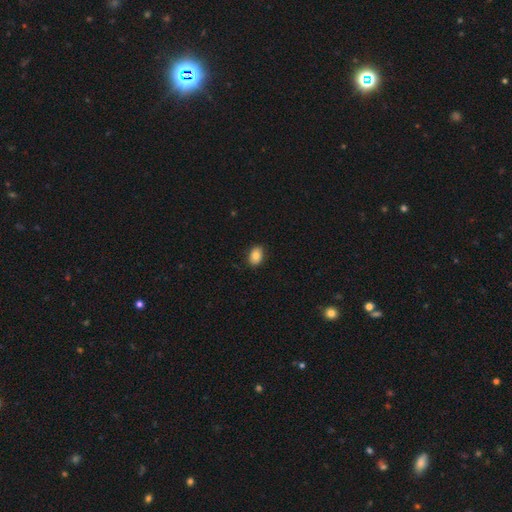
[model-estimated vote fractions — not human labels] smooth-or-featured: smooth: 84% | featured or disk: 8% | star or artifact: 8%
  how-rounded: in between: 77% | round: 21% | cigar-shaped: 1%
  merging: none: 87% | minor disturbance: 10% | major disturbance: 2% | merger: 1%